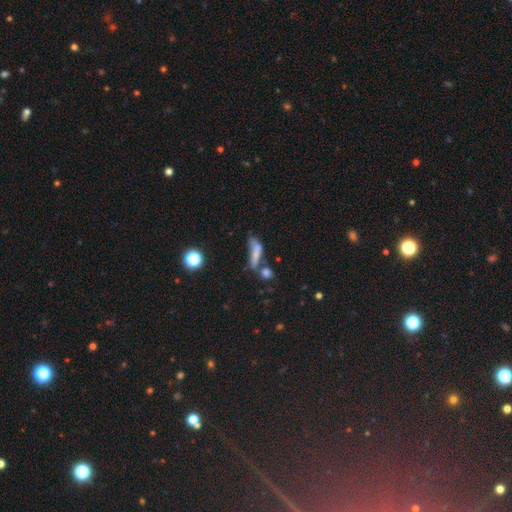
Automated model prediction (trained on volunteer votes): Smooth or featured: smooth — 48% (featured or disk — 28%)
Merging: none — 35% (merger — 31%)